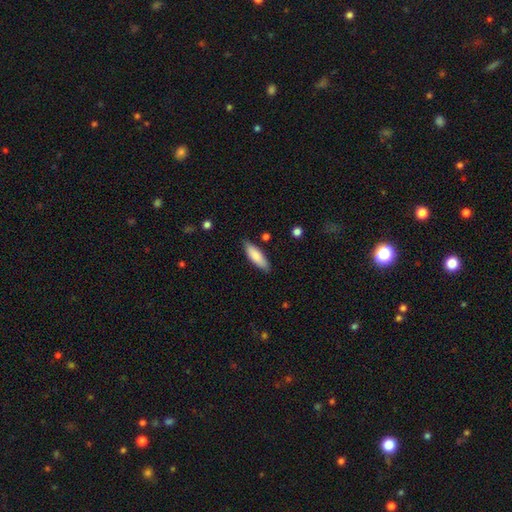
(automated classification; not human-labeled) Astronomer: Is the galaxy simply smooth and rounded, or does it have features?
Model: smooth — 83%.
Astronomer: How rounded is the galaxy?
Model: cigar-shaped — 50% (runner-up: in between, 49%).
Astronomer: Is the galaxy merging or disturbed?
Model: none — 85%.